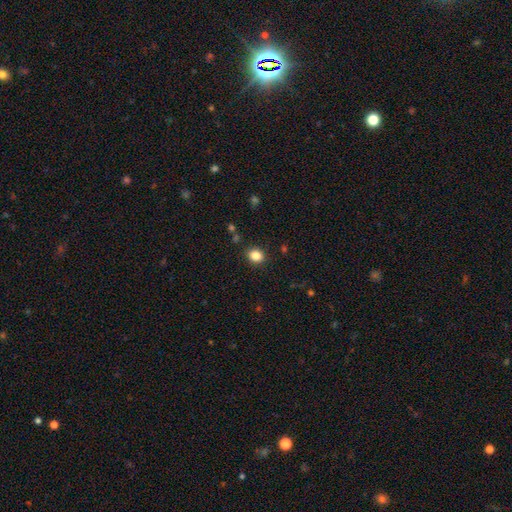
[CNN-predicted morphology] Overall: smooth (84%). How rounded: round (63%; in between 36%). Merging: none (88%).